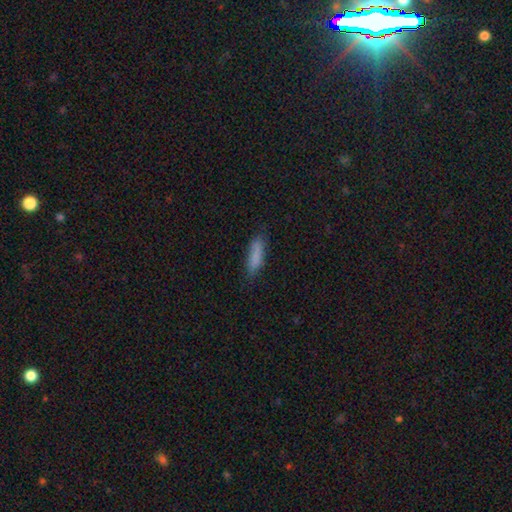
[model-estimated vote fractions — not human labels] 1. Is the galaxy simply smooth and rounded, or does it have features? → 83% smooth, 9% featured or disk, 8% star or artifact.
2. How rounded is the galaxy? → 63% cigar-shaped, 35% in between, 2% round.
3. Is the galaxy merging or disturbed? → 74% none, 19% minor disturbance, 4% major disturbance, 2% merger.